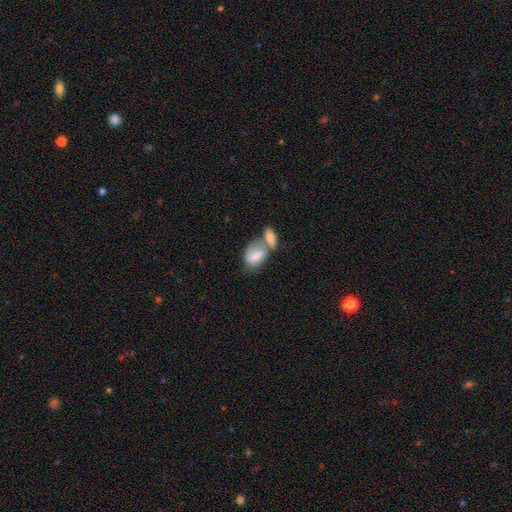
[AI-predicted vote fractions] Smooth or featured? Predicted: smooth (p=0.63). How rounded? Predicted: in between (p=0.89). Merging? Predicted: merger (p=0.63).